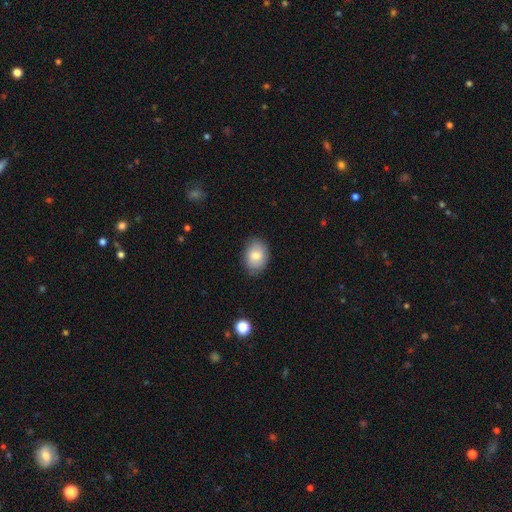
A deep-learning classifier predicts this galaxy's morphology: Smooth or featured: smooth — 79% (featured or disk — 13%)
How rounded: in between — 71% (round — 28%)
Merging: none — 82% (minor disturbance — 14%)